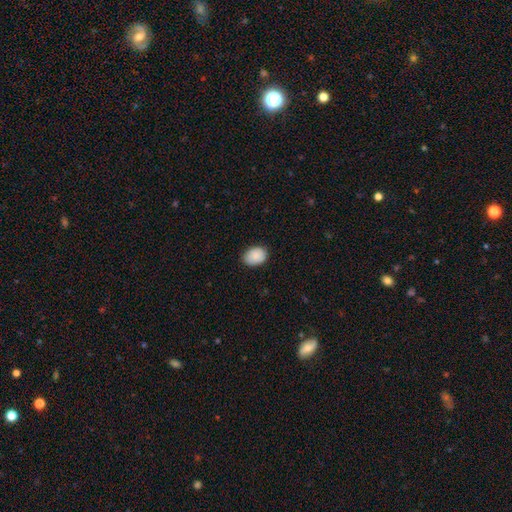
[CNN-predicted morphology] smooth 90%, star or artifact 7%, featured or disk 4%. Down the decision tree: how rounded — in between (72%); merging — none (83%).